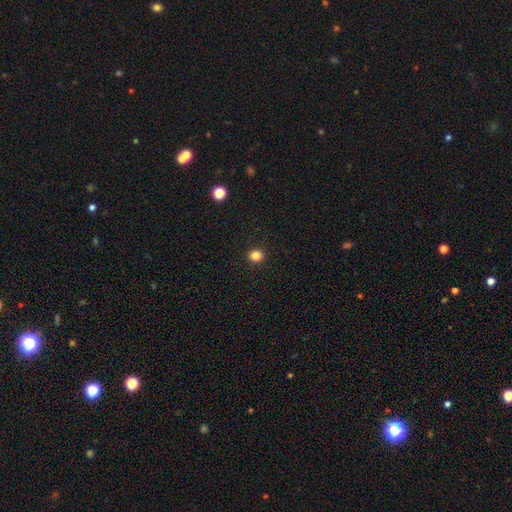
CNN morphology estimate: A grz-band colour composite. It shows a smooth galaxy with no disk features (84%) that is round (90%). Merging: none (93%).